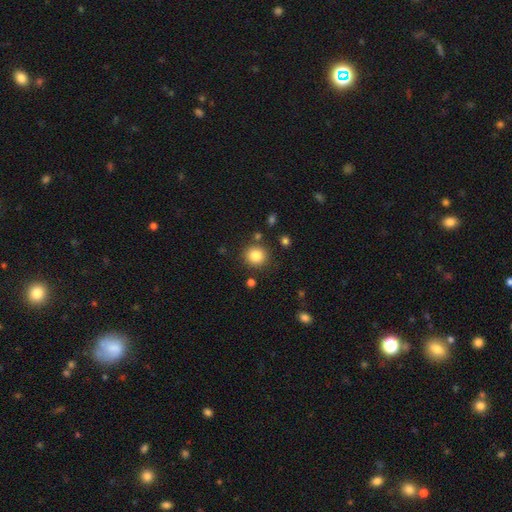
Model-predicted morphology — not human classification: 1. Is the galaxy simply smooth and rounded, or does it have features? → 83% smooth, 11% star or artifact, 6% featured or disk.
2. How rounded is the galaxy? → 91% round, 8% in between, 1% cigar-shaped.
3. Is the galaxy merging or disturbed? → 86% none, 7% minor disturbance, 4% merger, 3% major disturbance.